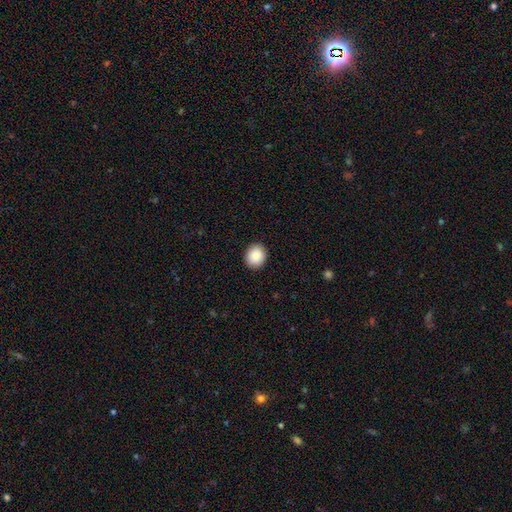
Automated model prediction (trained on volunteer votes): smooth 88%, star or artifact 7%, featured or disk 5%. Down the decision tree: how rounded — round (72%); merging — none (91%).